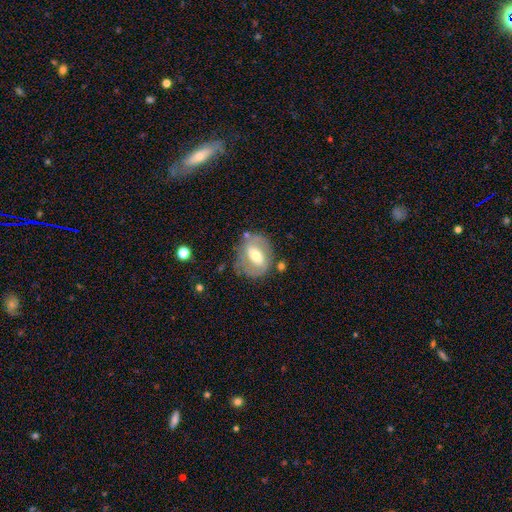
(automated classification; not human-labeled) Smooth or featured? featured or disk (62%)
Edge-on disk? no (94%)
Bar? weak (42%)
Spiral arms? yes (58%)
Bulge size? moderate (65%)
Merging? none (69%)